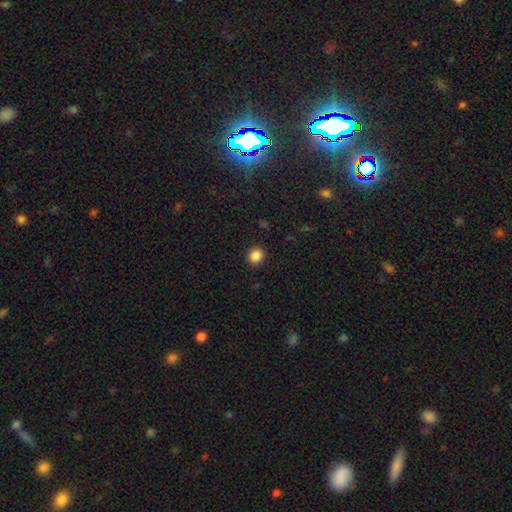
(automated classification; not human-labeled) Q: Smooth or featured?
A: smooth (87%); runner-up: star or artifact (10%)
Q: How rounded?
A: round (83%); runner-up: in between (16%)
Q: Merging?
A: none (92%); runner-up: minor disturbance (5%)